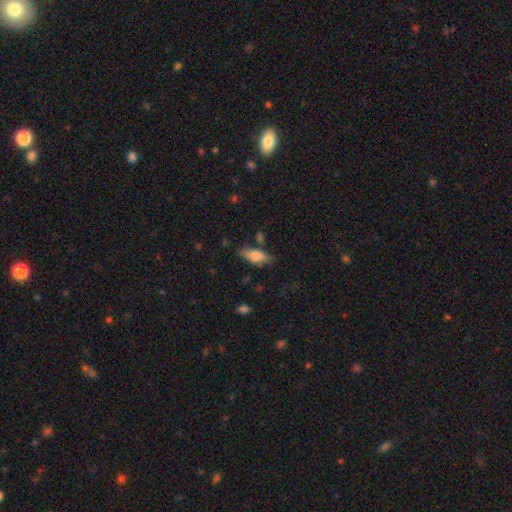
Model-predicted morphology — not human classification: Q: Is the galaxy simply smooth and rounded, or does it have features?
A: smooth — 75%.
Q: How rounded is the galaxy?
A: in between — 73%.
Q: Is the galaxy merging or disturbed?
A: none — 70%.